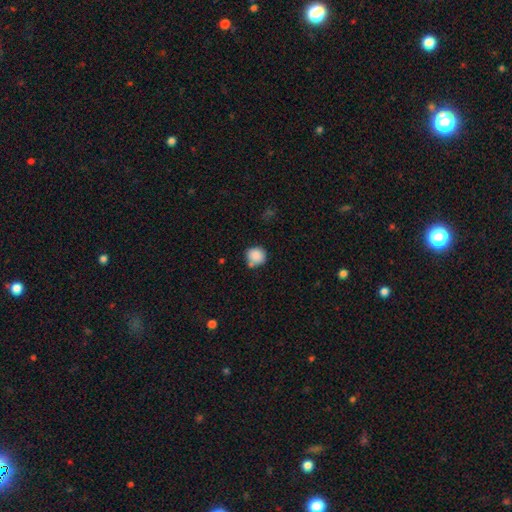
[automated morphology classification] type=smooth (86%); roundness=round (86%); merging=none (67%).